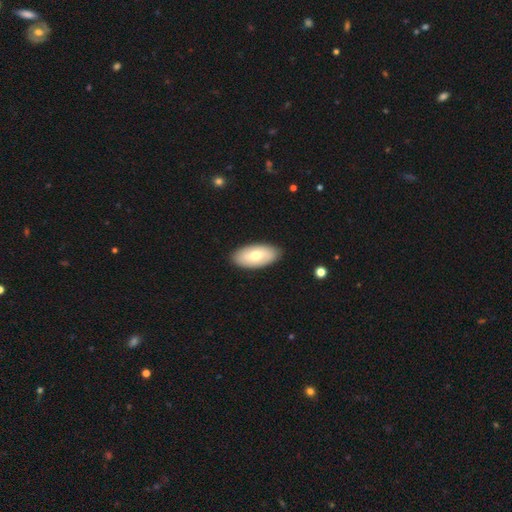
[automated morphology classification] Smooth or featured? smooth (62%)
How rounded? in between (93%)
Merging? none (88%)